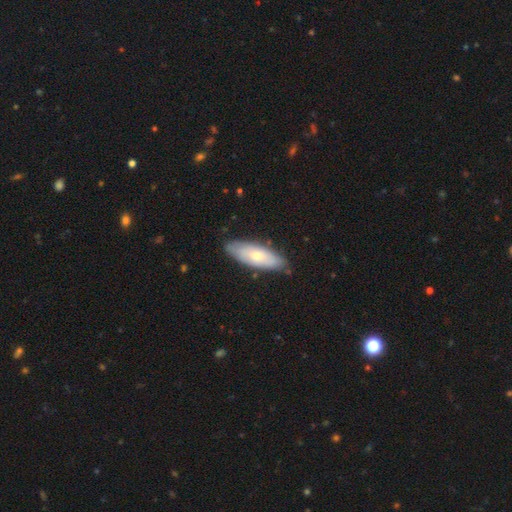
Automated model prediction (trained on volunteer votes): smooth 55%, featured or disk 39%, star or artifact 6%. Down the decision tree: how rounded — in between (68%); merging — none (83%).